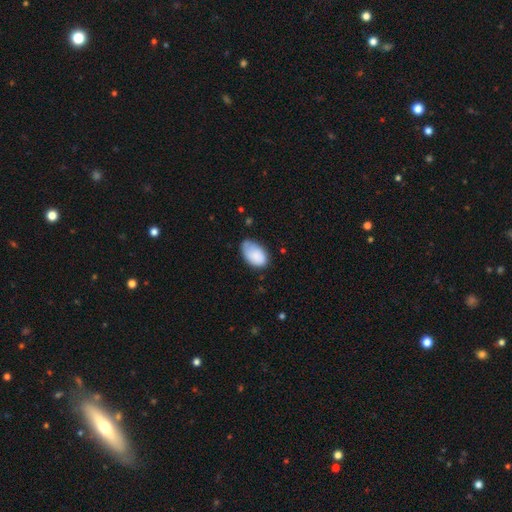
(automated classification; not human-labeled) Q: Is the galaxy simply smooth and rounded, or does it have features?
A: smooth — 83%.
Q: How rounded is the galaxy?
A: in between — 92%.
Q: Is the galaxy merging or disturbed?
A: none — 50%.